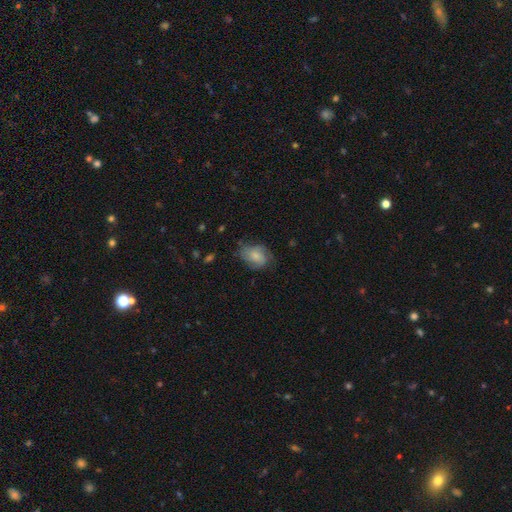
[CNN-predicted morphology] smooth_or_featured: smooth (p=0.59) [alt: featured or disk p=0.34]
how_rounded: in between (p=0.68) [alt: round p=0.31]
merging: none (p=0.53) [alt: minor disturbance p=0.30]